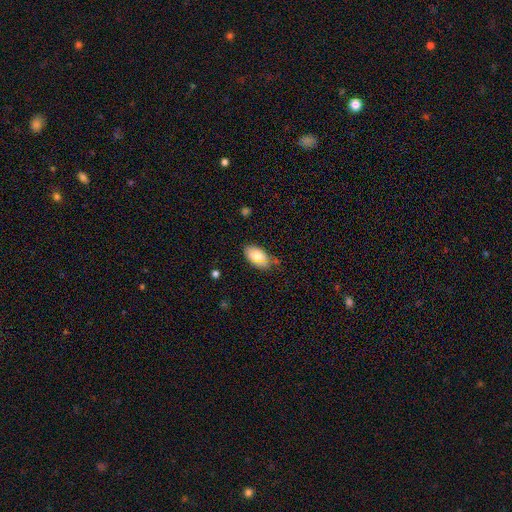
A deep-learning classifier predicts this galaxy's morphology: smooth-or-featured: smooth: 77% | featured or disk: 15% | star or artifact: 8%
  how-rounded: in between: 93% | round: 4% | cigar-shaped: 3%
  merging: none: 61% | minor disturbance: 30% | major disturbance: 6% | merger: 3%